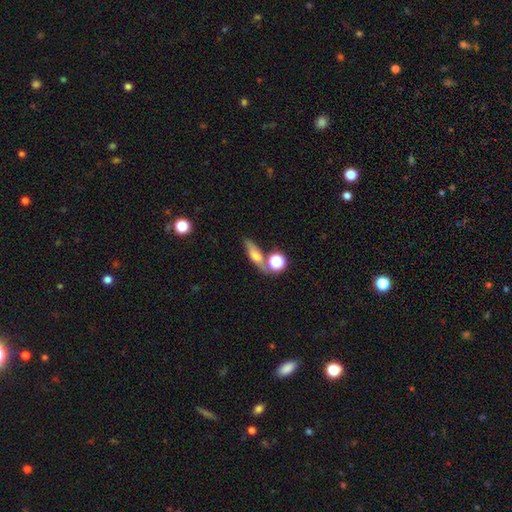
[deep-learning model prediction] Q: Smooth or featured?
A: smooth (60%); runner-up: featured or disk (26%)
Q: How rounded?
A: in between (43%); runner-up: cigar-shaped (39%)
Q: Merging?
A: none (56%); runner-up: merger (21%)